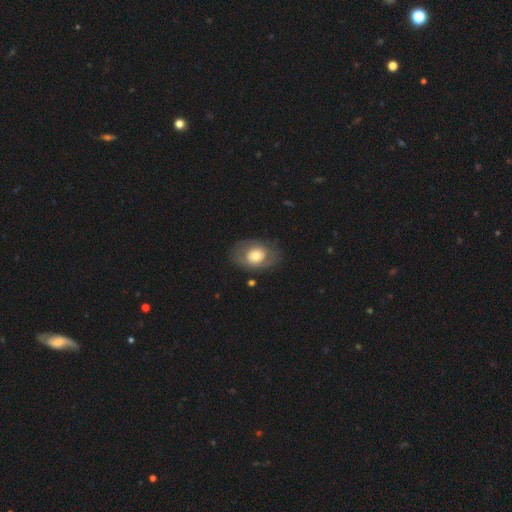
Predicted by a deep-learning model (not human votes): This appears to be a smooth galaxy with no disk features (54%) that is in between round and cigar-shaped (66%). Merging: none (74%).